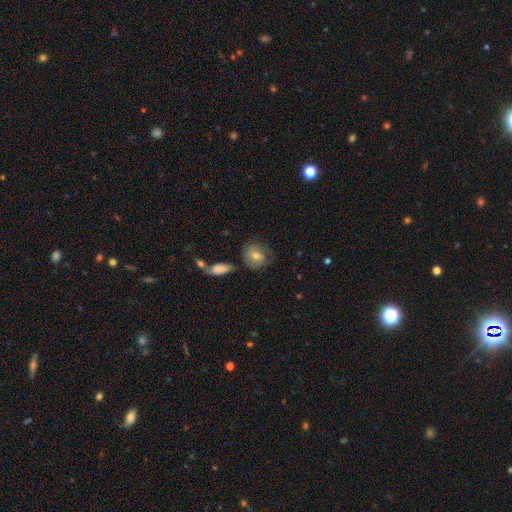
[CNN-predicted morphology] smooth_or_featured: smooth (p=0.55) [alt: featured or disk p=0.37]
how_rounded: round (p=0.65) [alt: in between p=0.33]
merging: none (p=0.63) [alt: minor disturbance p=0.21]